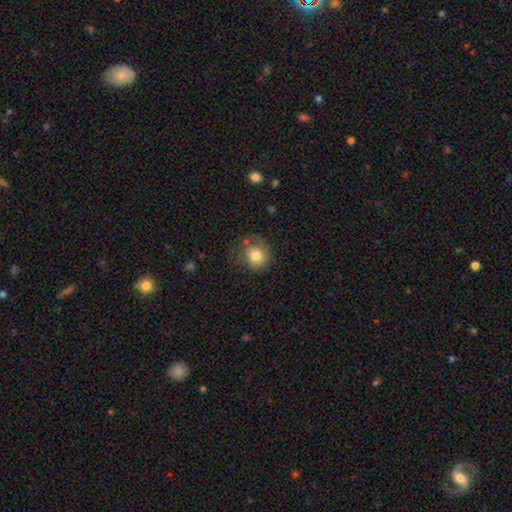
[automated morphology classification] Overall: smooth (76%). How rounded: round (81%). Merging: none (59%; minor disturbance 24%).